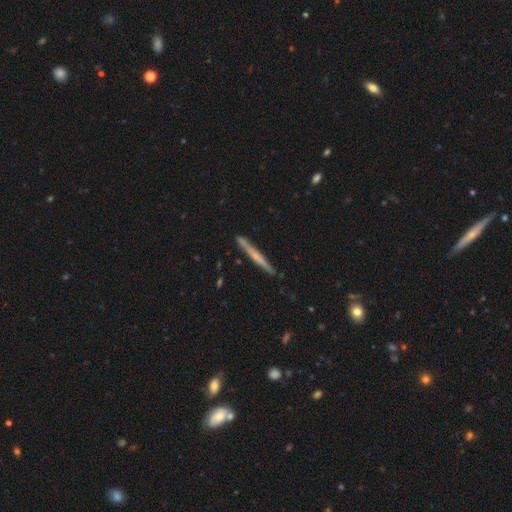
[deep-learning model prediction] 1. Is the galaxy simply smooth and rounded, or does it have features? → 47% featured or disk (tied), 47% smooth (tied), 6% star or artifact.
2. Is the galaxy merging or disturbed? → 89% none, 9% minor disturbance, 1% major disturbance, 1% merger.